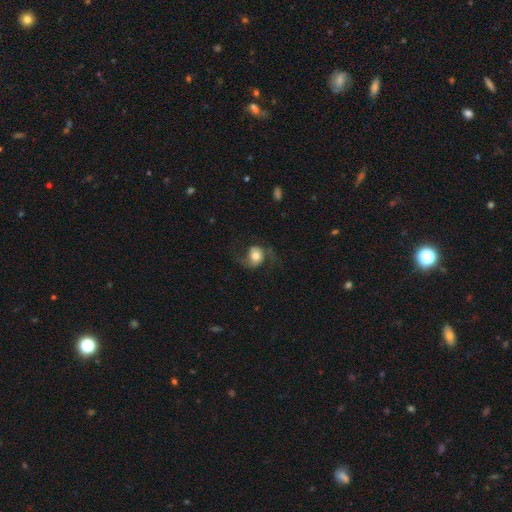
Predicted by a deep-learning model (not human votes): This is possibly a featured or disk galaxy (52%). It is clearly not viewed edge-on (96%). Bar: likely no (64%). Spiral arm pattern: clearly yes (85%). Central bulge: possibly moderate (52%). Merging: possibly none (58%).